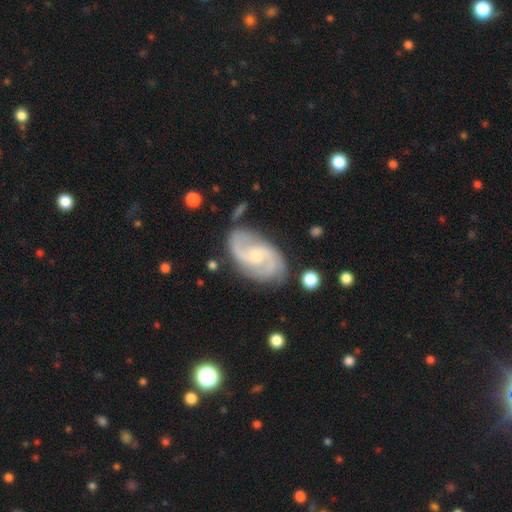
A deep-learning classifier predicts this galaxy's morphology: A featured or disk galaxy (88%) with no bar (48%), 2 (84%) medium (53%) spiral arms (98%) and a small central bulge (55%). Merging: none (76%).